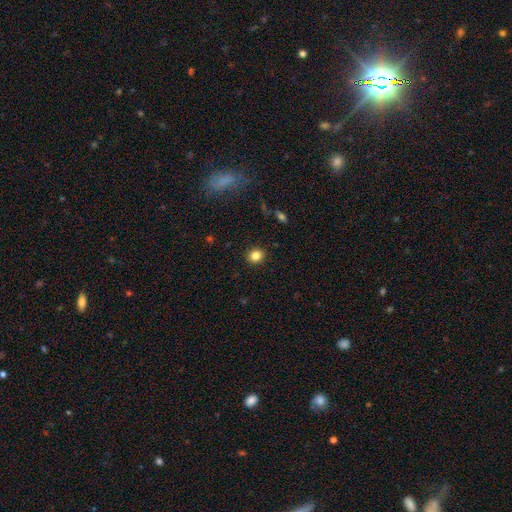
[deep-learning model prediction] Q: Smooth or featured?
A: smooth (83%); runner-up: star or artifact (12%)
Q: How rounded?
A: round (79%); runner-up: in between (21%)
Q: Merging?
A: none (91%); runner-up: minor disturbance (6%)